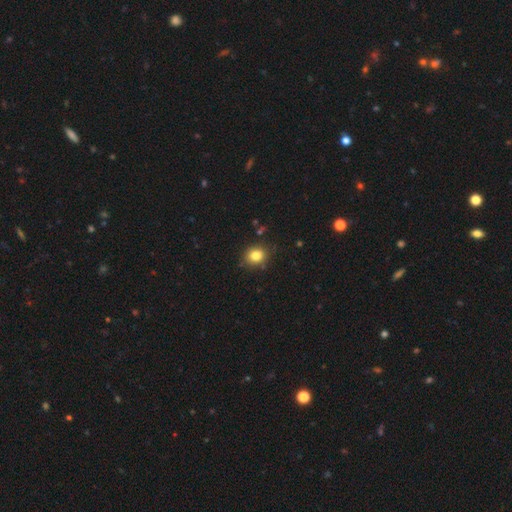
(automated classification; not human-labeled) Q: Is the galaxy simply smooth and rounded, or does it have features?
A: smooth — 82%.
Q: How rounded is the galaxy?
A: round — 67%.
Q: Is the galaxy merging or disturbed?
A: none — 84%.